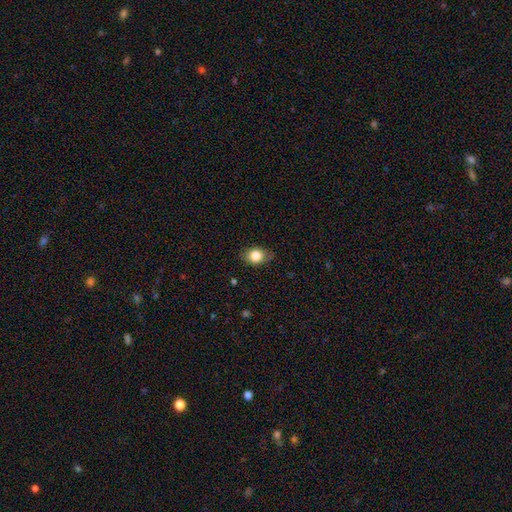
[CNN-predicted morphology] Overall: smooth (82%). How rounded: in between (63%; round 36%). Merging: none (77%).